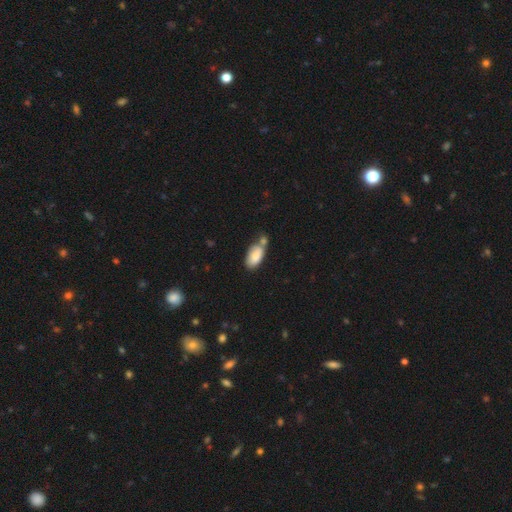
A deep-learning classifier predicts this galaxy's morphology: smooth 83%, featured or disk 11%, star or artifact 6%. Down the decision tree: how rounded — in between (93%); merging — none (42%).